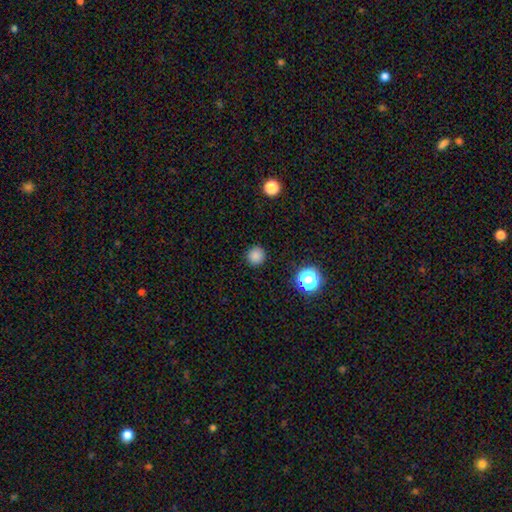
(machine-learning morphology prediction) Smooth or featured?
  - smooth: 83% *
  - star or artifact: 14%
  - featured or disk: 3%
How rounded?
  - round: 93% *
  - in between: 6%
  - cigar-shaped: 1%
Merging?
  - none: 91% *
  - minor disturbance: 6%
  - major disturbance: 2%
  - merger: 1%